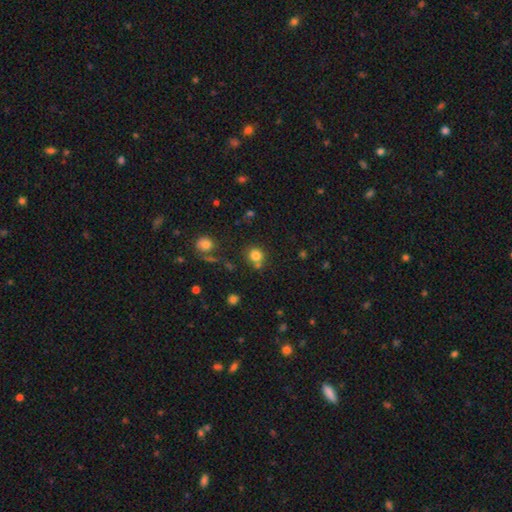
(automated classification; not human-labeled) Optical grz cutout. It shows a smooth galaxy with no disk features (80%) that is round (86%). Merging: none (69%).